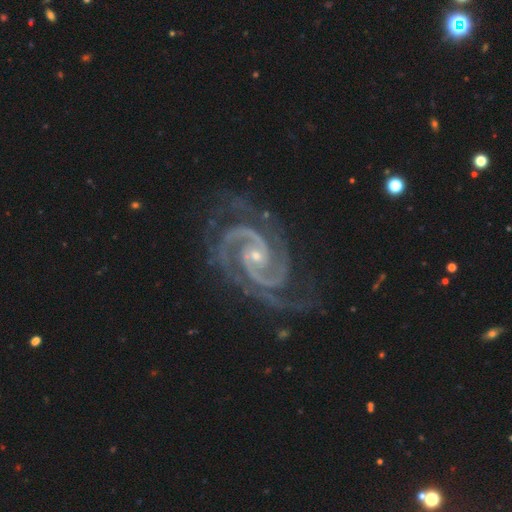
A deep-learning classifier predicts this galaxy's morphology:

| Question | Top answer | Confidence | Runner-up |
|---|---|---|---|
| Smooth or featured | featured or disk | 94% | star or artifact (4%) |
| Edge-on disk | no | 98% | yes (2%) |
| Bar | no | 54% | weak (30%) |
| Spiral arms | yes | 99% | no (1%) |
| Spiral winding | tight | 57% | medium (38%) |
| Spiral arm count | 2 | 83% | 3 (7%) |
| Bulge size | small | 78% | moderate (18%) |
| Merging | none | 72% | minor disturbance (18%) |